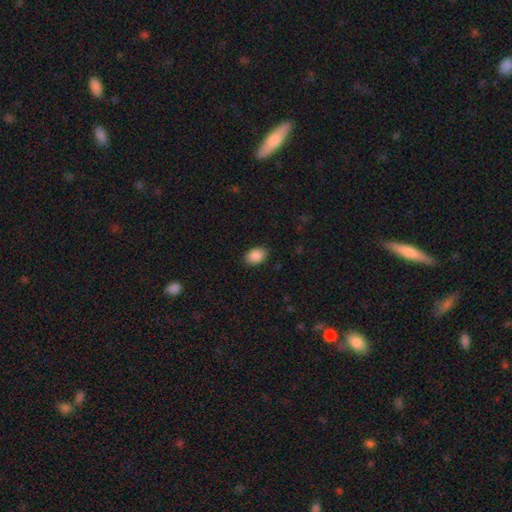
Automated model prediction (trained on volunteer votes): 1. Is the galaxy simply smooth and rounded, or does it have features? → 90% smooth, 7% star or artifact, 3% featured or disk.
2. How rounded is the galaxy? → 80% in between, 20% round, 1% cigar-shaped.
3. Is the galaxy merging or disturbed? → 88% none, 9% minor disturbance, 2% major disturbance, 1% merger.